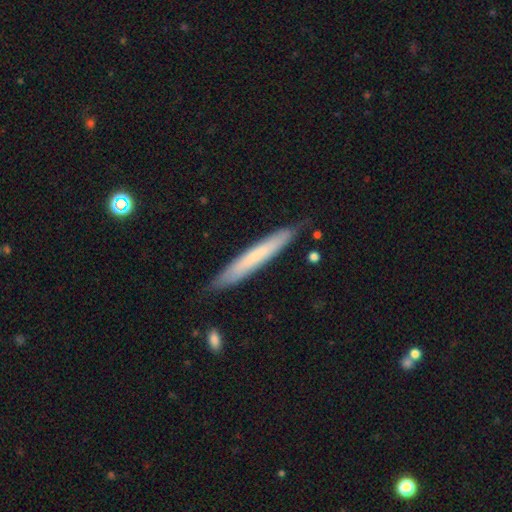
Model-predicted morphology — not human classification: A smooth galaxy with no disk features (61%) that is cigar-shaped (95%). Merging: none (85%).